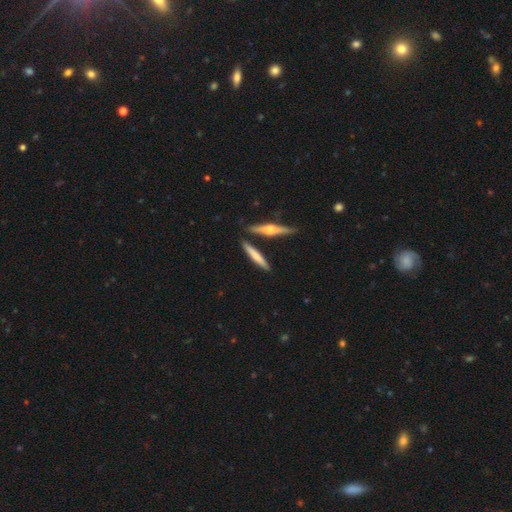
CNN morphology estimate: The model was most divided on "smooth or featured": smooth: 56%, featured or disk: 39%, star or artifact: 5%. More confident: how rounded — cigar-shaped (89%); merging — none (80%).